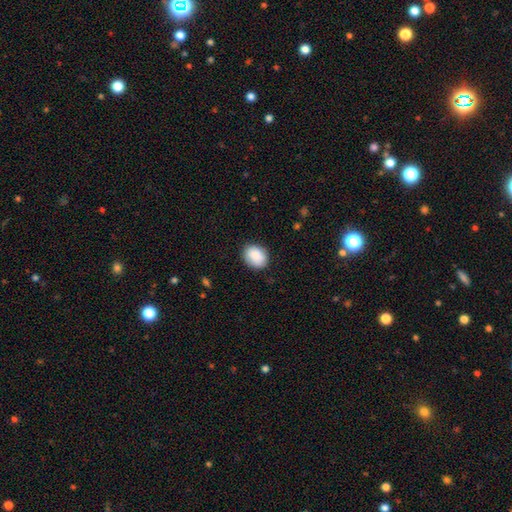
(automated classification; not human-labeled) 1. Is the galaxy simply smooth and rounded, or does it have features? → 89% smooth, 7% star or artifact, 4% featured or disk.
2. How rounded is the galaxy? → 60% in between, 39% round, 1% cigar-shaped.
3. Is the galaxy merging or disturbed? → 85% none, 11% minor disturbance, 3% major disturbance, 1% merger.